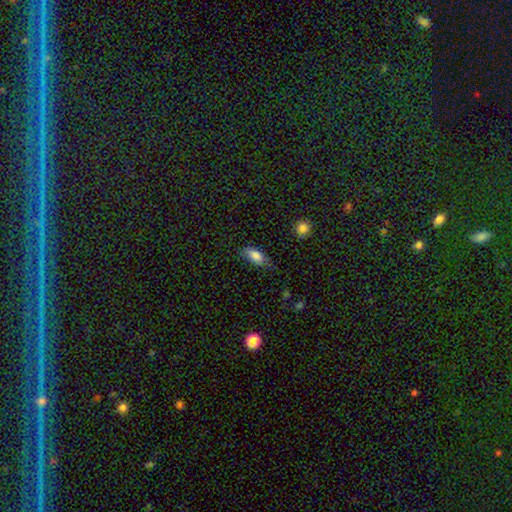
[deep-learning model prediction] smooth_or_featured: smooth (p=0.83) [alt: featured or disk p=0.09]
how_rounded: in between (p=0.87) [alt: cigar-shaped p=0.09]
merging: none (p=0.63) [alt: minor disturbance p=0.28]